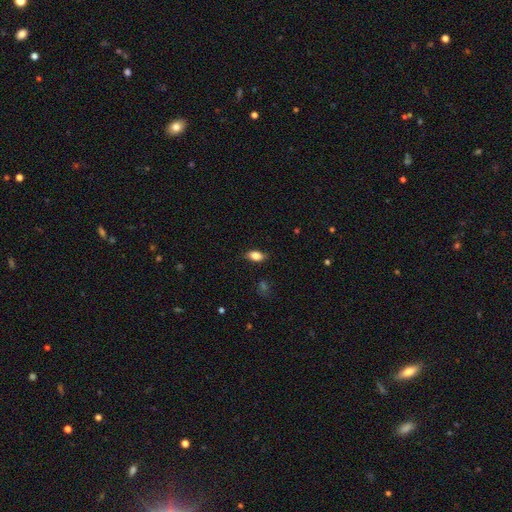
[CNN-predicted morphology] Overall: smooth (84%). How rounded: in between (88%). Merging: none (81%).